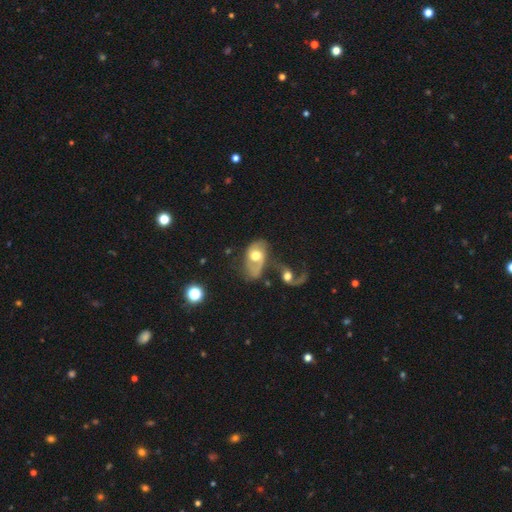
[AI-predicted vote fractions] Smooth or featured? Predicted: featured or disk (p=0.59). Edge-on disk? Predicted: no (p=0.95). Bar? Predicted: no (p=0.70). Spiral arms? Predicted: yes (p=0.72). Bulge size? Predicted: moderate (p=0.65). Merging? Predicted: merger (p=0.32).